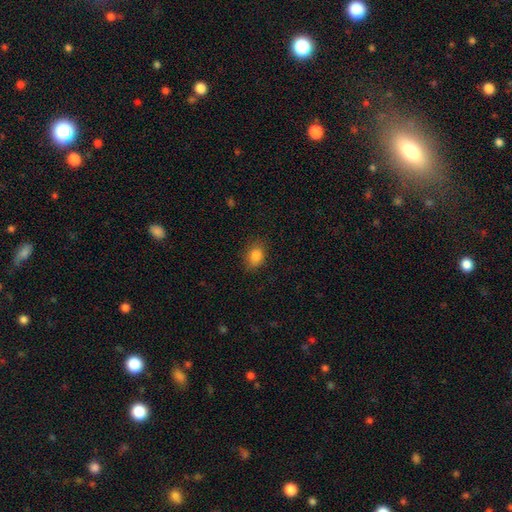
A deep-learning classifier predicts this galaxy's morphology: smooth_or_featured: smooth (p=0.85) [alt: star or artifact p=0.10]
how_rounded: in between (p=0.67) [alt: round p=0.32]
merging: none (p=0.81) [alt: minor disturbance p=0.14]